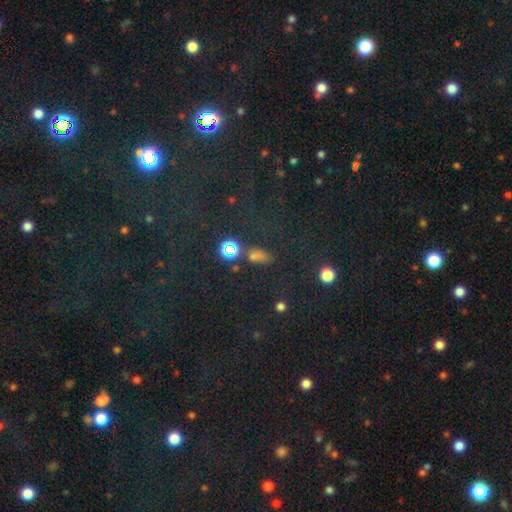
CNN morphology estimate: This appears to be a star or artifact, not a galaxy (50%).